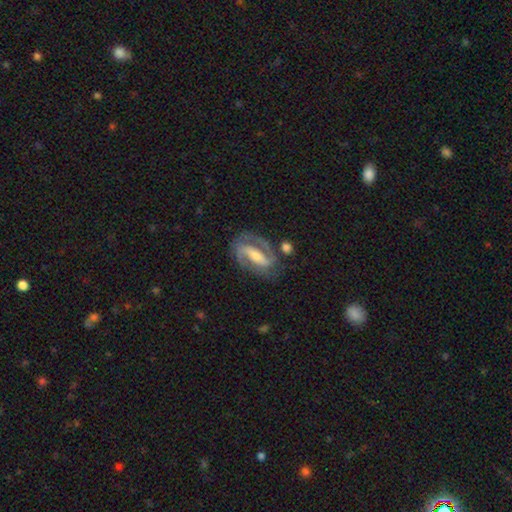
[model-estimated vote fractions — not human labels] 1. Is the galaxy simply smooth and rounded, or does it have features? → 86% featured or disk, 9% smooth, 5% star or artifact.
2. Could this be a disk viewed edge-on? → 94% no, 6% yes.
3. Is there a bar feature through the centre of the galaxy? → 66% strong, 23% weak, 10% no.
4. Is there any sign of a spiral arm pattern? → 94% yes, 6% no.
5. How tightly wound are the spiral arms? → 49% medium, 36% tight, 14% loose.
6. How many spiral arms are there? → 89% 2, 4% can't tell, 4% 1, 2% 3, 1% 4, 1% more than 4.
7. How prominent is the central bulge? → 46% moderate, 40% small, 8% large, 4% none, 2% dominant.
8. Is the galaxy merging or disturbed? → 74% none, 15% minor disturbance, 7% major disturbance, 4% merger.